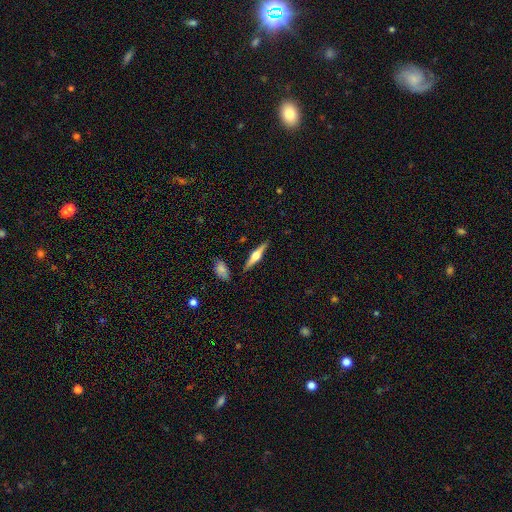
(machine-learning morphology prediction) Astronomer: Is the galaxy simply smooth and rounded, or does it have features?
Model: featured or disk — 70%.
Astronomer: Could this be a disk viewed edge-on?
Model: yes — 97%.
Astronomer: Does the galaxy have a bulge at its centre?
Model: rounded — 94%.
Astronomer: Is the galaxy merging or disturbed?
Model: none — 87%.